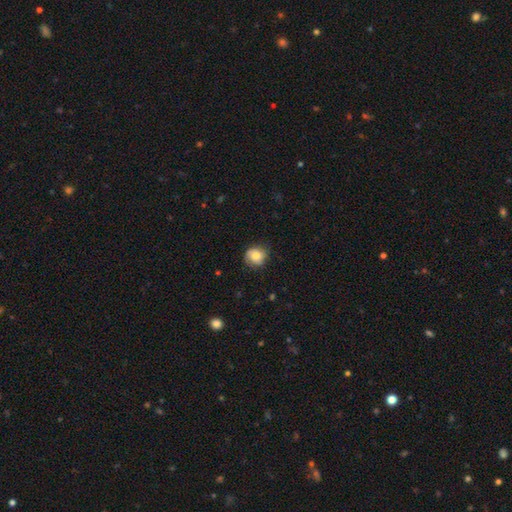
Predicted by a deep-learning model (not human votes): smooth 74%, featured or disk 17%, star or artifact 8%. Down the decision tree: how rounded — round (80%); merging — none (71%).